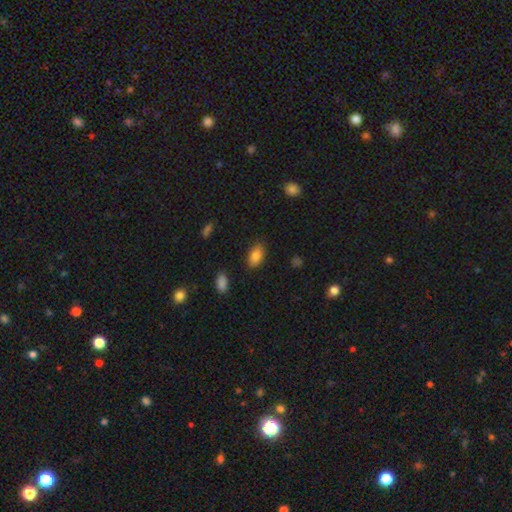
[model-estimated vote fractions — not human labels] Smooth or featured: smooth — 85% (star or artifact — 8%)
How rounded: in between — 91% (round — 6%)
Merging: none — 81% (minor disturbance — 15%)